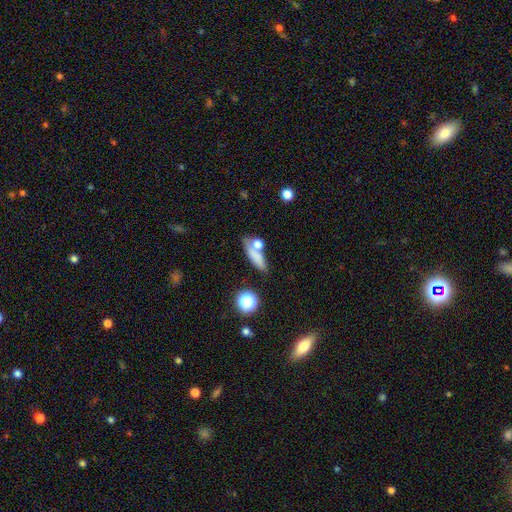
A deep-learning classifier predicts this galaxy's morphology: A smooth galaxy with no disk features (71%) that is cigar-shaped (45%). Merging: none (57%).